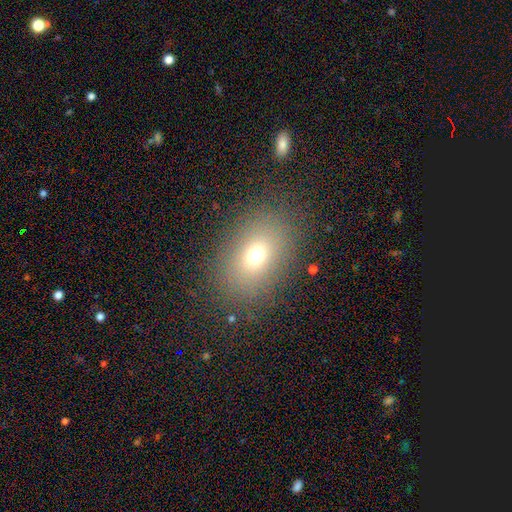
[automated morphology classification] smooth_or_featured: smooth (p=0.68) [alt: star or artifact p=0.17]
how_rounded: in between (p=0.69) [alt: round p=0.29]
merging: none (p=0.82) [alt: minor disturbance p=0.10]